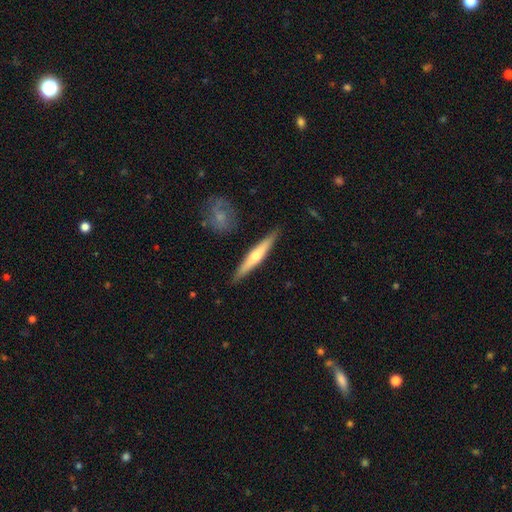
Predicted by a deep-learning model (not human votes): Morphology: type=featured or disk (52%); edge-on=yes (94%); merging=none (89%).